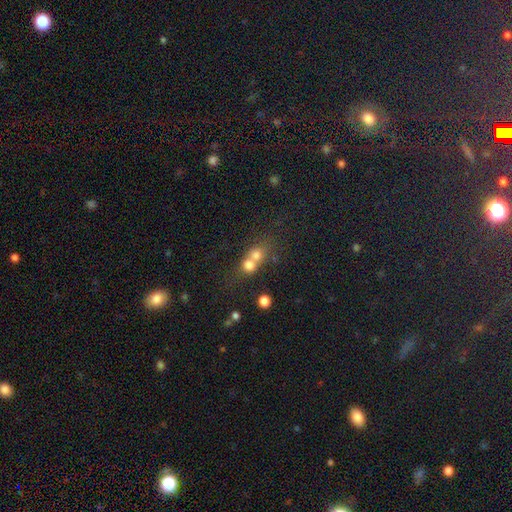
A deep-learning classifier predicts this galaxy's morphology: smooth-or-featured: smooth: 67% | featured or disk: 18% | star or artifact: 16%
  how-rounded: round: 76% | in between: 22% | cigar-shaped: 2%
  merging: merger: 66% | none: 26% | minor disturbance: 5% | major disturbance: 3%